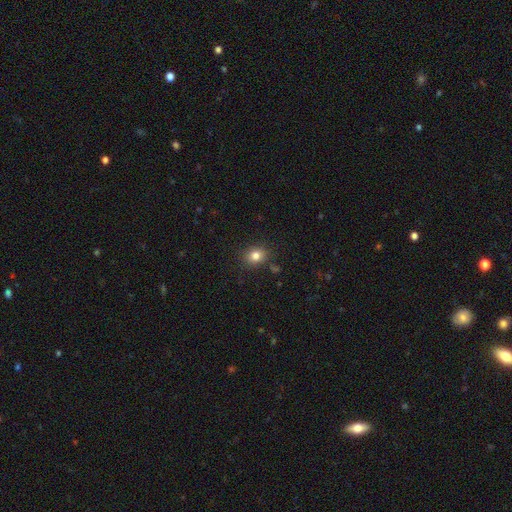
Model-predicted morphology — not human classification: Smooth or featured: smooth — 82% (star or artifact — 12%)
How rounded: round — 60% (in between — 39%)
Merging: none — 85% (minor disturbance — 10%)